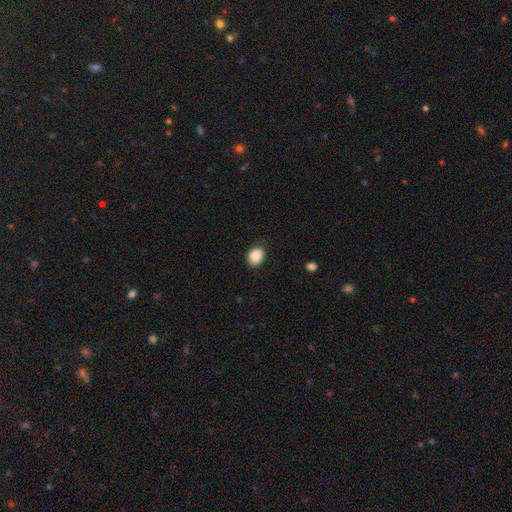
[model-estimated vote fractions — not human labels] A smooth galaxy with no disk features (88%) that is in between round and cigar-shaped (53%). Merging: none (79%).